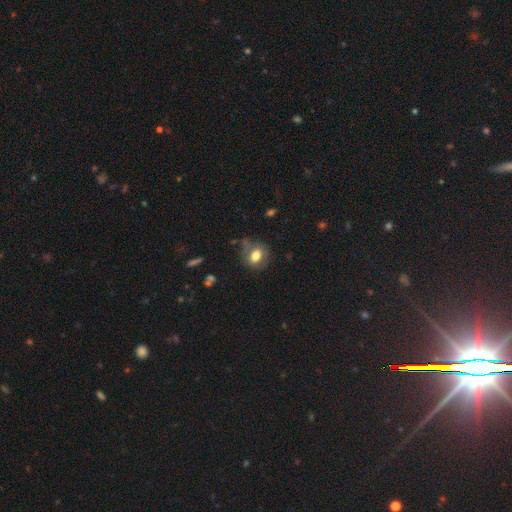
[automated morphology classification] Q: Smooth or featured?
A: smooth (71%); runner-up: featured or disk (20%)
Q: How rounded?
A: in between (58%); runner-up: round (40%)
Q: Merging?
A: none (63%); runner-up: minor disturbance (22%)